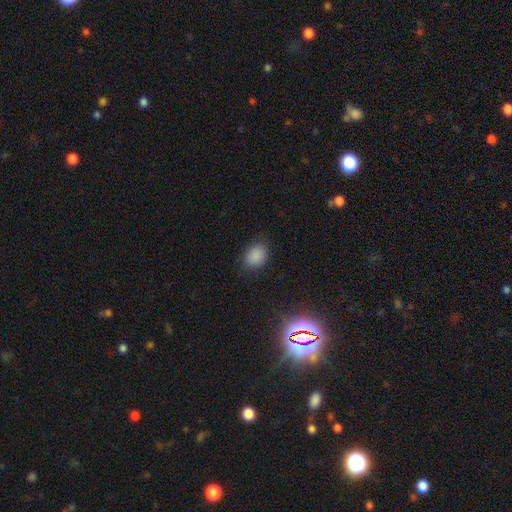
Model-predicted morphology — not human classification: Smooth or featured?
  - smooth: 85% *
  - star or artifact: 11%
  - featured or disk: 4%
How rounded?
  - in between: 64% *
  - round: 35%
  - cigar-shaped: 1%
Merging?
  - none: 82% *
  - minor disturbance: 13%
  - major disturbance: 4%
  - merger: 1%